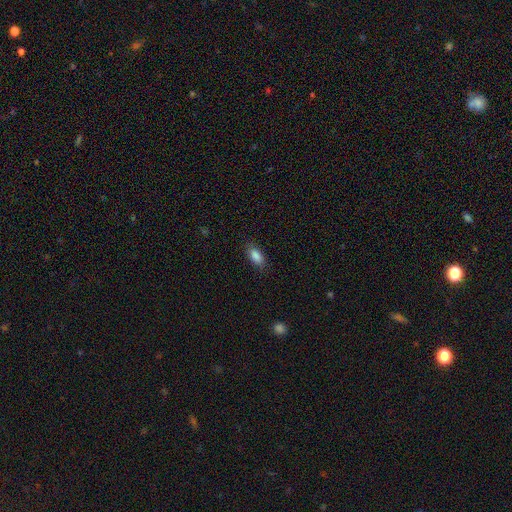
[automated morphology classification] A smooth galaxy with no disk features (88%) that is in between round and cigar-shaped (87%).

Vote fractions:
- Smooth or featured? smooth: 88% / star or artifact: 7% / featured or disk: 5%
- How rounded? in between: 87% / cigar-shaped: 10% / round: 3%
- Merging? none: 85% / minor disturbance: 11% / major disturbance: 3% / merger: 1%